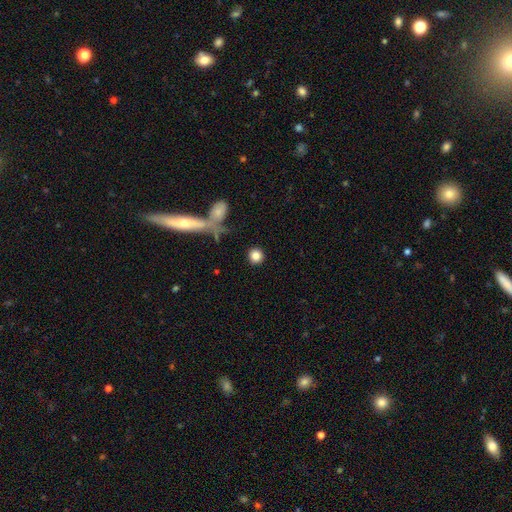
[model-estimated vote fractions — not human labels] Q: Smooth or featured?
A: smooth (83%); runner-up: star or artifact (9%)
Q: How rounded?
A: round (91%); runner-up: in between (8%)
Q: Merging?
A: none (85%); runner-up: minor disturbance (6%)